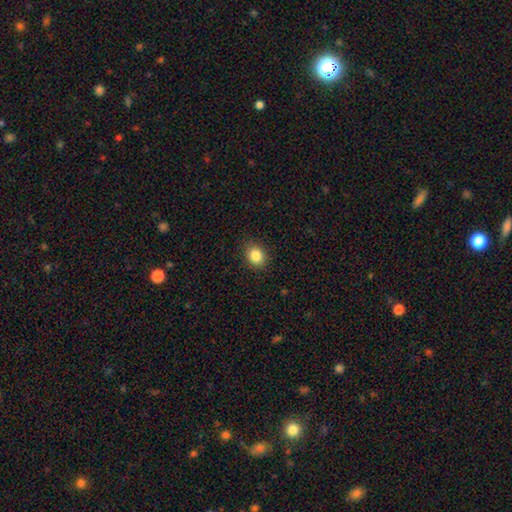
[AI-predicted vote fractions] A smooth galaxy with no disk features (85%) that is round (59%). Merging: none (88%).